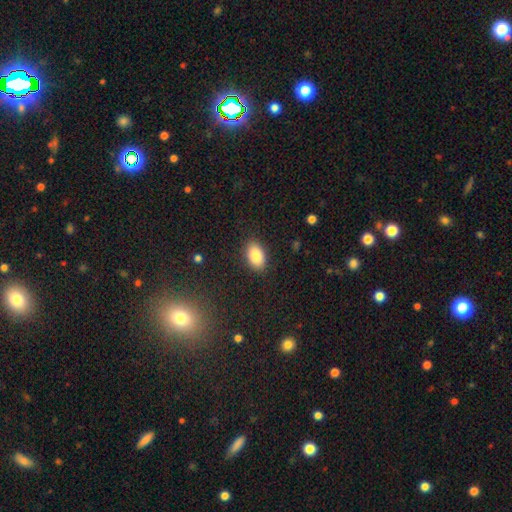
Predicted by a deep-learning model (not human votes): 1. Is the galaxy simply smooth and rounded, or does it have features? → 85% smooth, 8% star or artifact, 7% featured or disk.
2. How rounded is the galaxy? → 90% in between, 8% round, 1% cigar-shaped.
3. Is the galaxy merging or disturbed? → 87% none, 9% minor disturbance, 3% major disturbance, 1% merger.